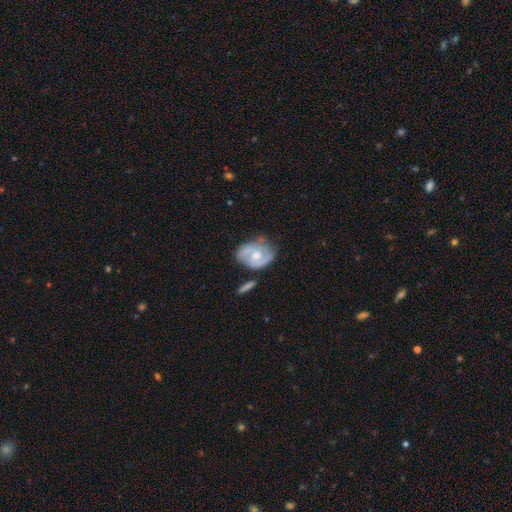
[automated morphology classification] The model was most divided on "spiral winding": medium: 43%, tight: 39%, loose: 18%. More confident: edge-on disk — no (97%); spiral arms — yes (81%); smooth or featured — featured or disk (68%); bar — no (67%); bulge size — moderate (63%); spiral arm count — 2 (62%); merging — none (51%).